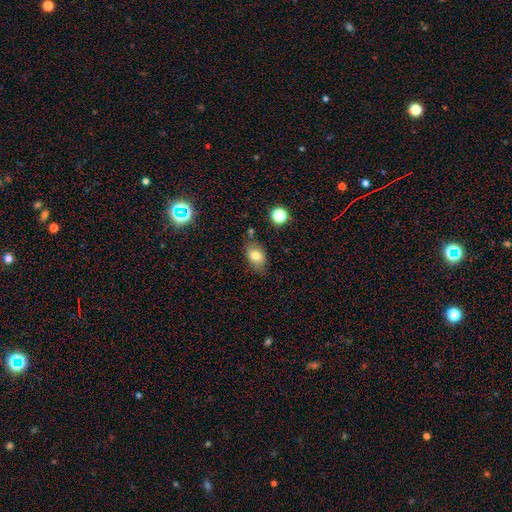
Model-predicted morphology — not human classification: Overall: smooth (76%). How rounded: in between (83%). Merging: none (73%).